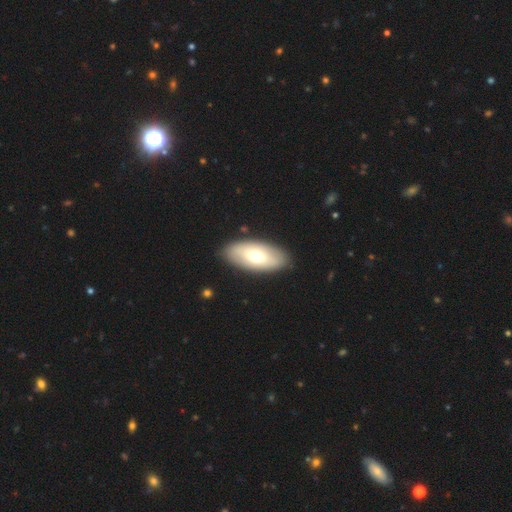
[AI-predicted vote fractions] smooth-or-featured: smooth: 62% | featured or disk: 32% | star or artifact: 6%
  how-rounded: in between: 90% | cigar-shaped: 7% | round: 3%
  merging: none: 88% | minor disturbance: 8% | major disturbance: 3% | merger: 1%